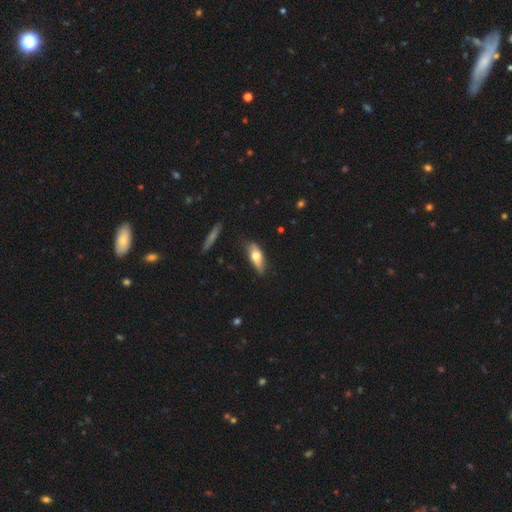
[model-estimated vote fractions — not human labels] The model was most divided on "smooth or featured": smooth: 58%, featured or disk: 35%, star or artifact: 6%. More confident: merging — none (71%); how rounded — in between (61%).